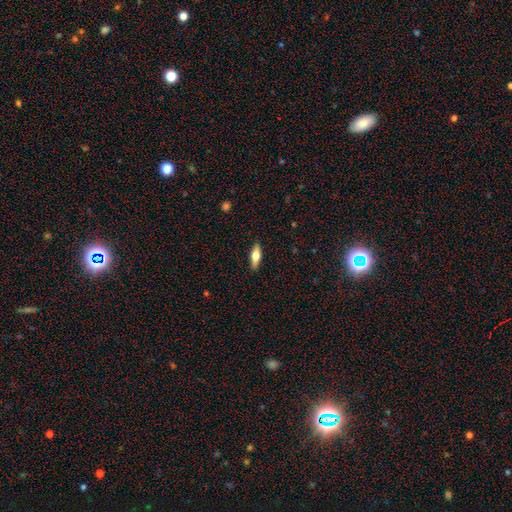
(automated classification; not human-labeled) Smooth or featured? Predicted: smooth (p=0.57). How rounded? Predicted: in between (p=0.54). Merging? Predicted: none (p=0.89).